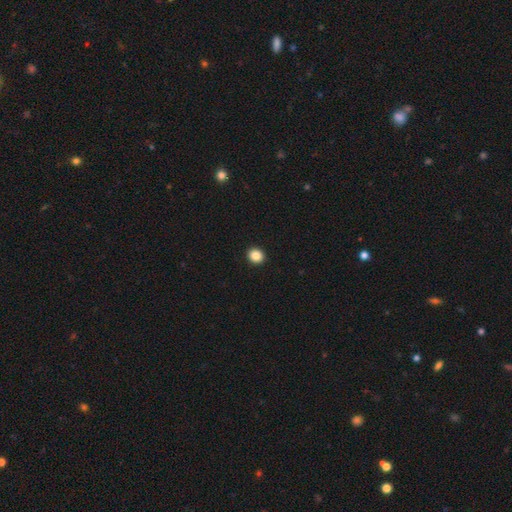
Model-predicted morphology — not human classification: Smooth or featured?
  - smooth: 87% *
  - star or artifact: 10%
  - featured or disk: 4%
How rounded?
  - round: 79% *
  - in between: 20%
  - cigar-shaped: 1%
Merging?
  - none: 94% *
  - minor disturbance: 4%
  - major disturbance: 1%
  - merger: 1%